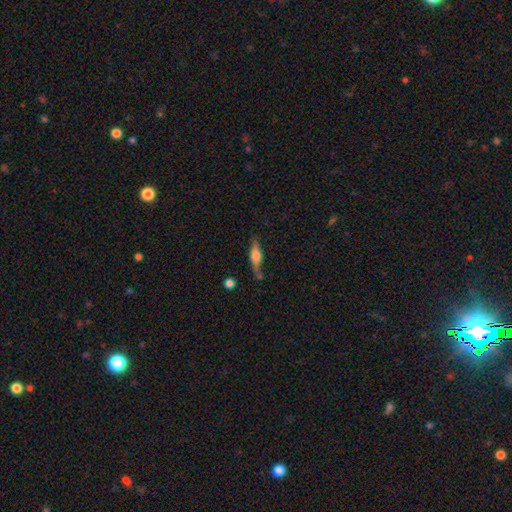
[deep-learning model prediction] Smooth or featured?
  - featured or disk: 47% *
  - smooth: 45%
  - star or artifact: 8%
Merging?
  - none: 62% *
  - minor disturbance: 23%
  - major disturbance: 8%
  - merger: 7%